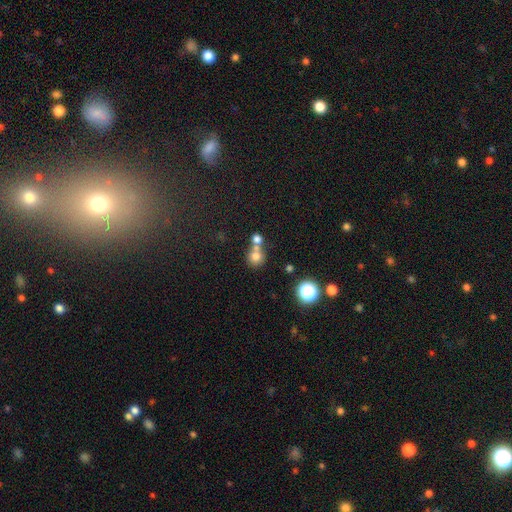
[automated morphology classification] smooth_or_featured: smooth (p=0.73) [alt: star or artifact p=0.16]
how_rounded: round (p=0.88) [alt: in between p=0.11]
merging: none (p=0.46) [alt: merger p=0.44]